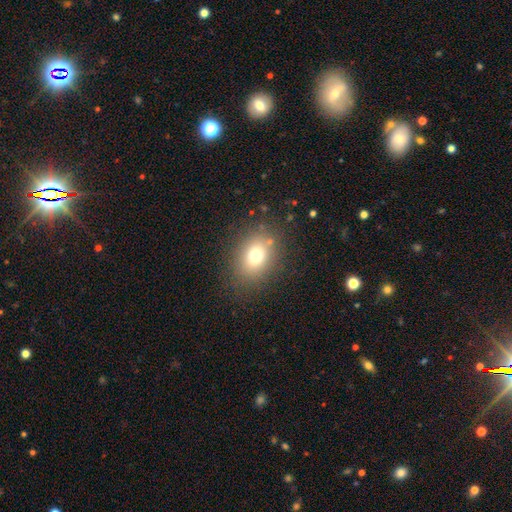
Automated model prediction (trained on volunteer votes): smooth-or-featured: smooth: 74% | star or artifact: 14% | featured or disk: 12%
  how-rounded: in between: 55% | round: 44% | cigar-shaped: 1%
  merging: none: 83% | minor disturbance: 10% | major disturbance: 5% | merger: 2%